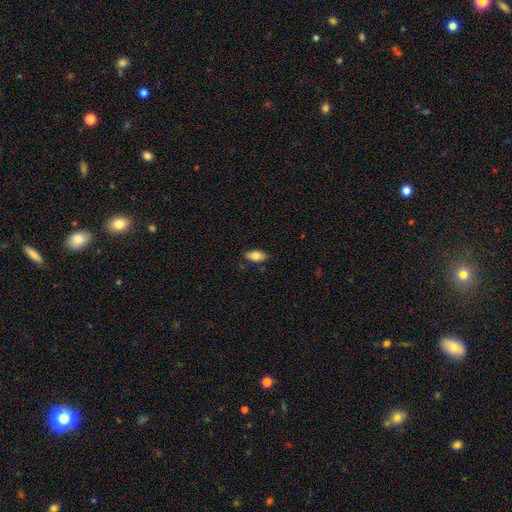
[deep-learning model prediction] Smooth or featured? Predicted: smooth (p=0.78). How rounded? Predicted: in between (p=0.88). Merging? Predicted: none (p=0.82).